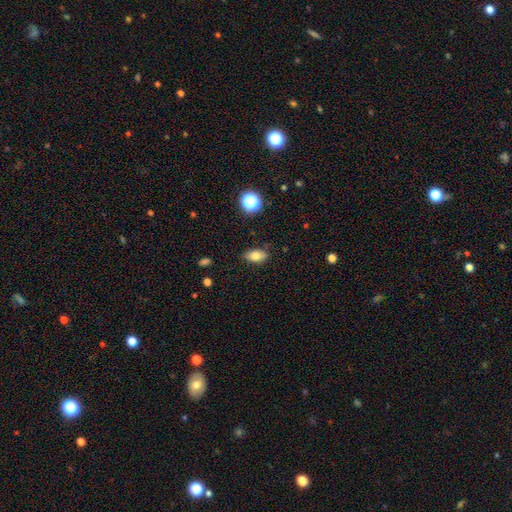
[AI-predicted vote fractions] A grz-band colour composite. It shows a smooth galaxy with no disk features (80%) that is in between round and cigar-shaped (88%). Merging: none (83%).